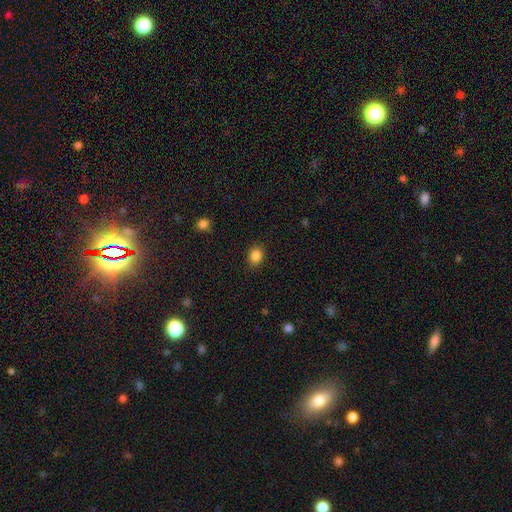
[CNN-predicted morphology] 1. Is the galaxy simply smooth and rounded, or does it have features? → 86% smooth, 10% star or artifact, 4% featured or disk.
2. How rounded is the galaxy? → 50% round, 49% in between, 1% cigar-shaped.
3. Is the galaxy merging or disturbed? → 89% none, 8% minor disturbance, 2% major disturbance, 1% merger.